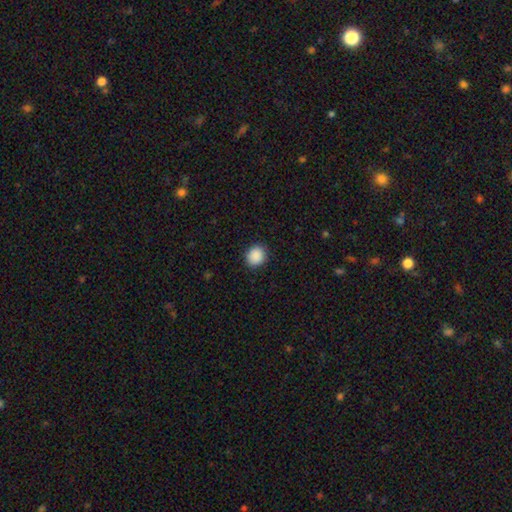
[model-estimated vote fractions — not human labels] This appears to be a smooth galaxy with no disk features (90%) that is round (76%). Merging: none (89%).